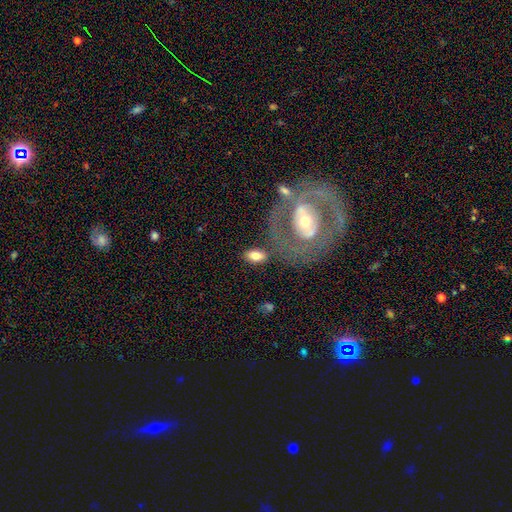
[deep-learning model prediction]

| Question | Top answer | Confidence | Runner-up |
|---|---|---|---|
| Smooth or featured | smooth | 70% | featured or disk (24%) |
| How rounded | in between | 90% | round (6%) |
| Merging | none | 67% | minor disturbance (13%) |